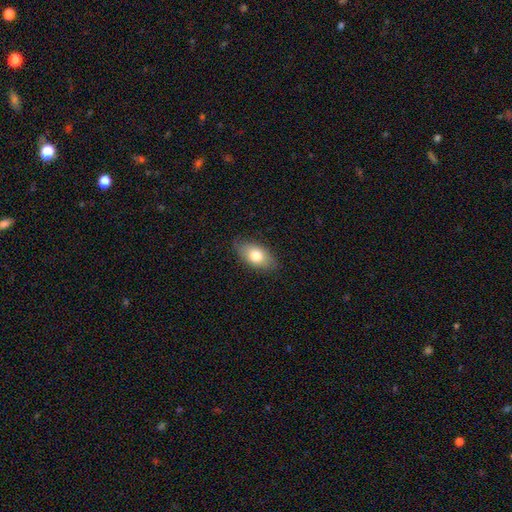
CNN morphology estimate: smooth-or-featured: smooth: 76% | featured or disk: 16% | star or artifact: 7%
  how-rounded: in between: 90% | round: 7% | cigar-shaped: 3%
  merging: none: 81% | minor disturbance: 15% | major disturbance: 3% | merger: 1%